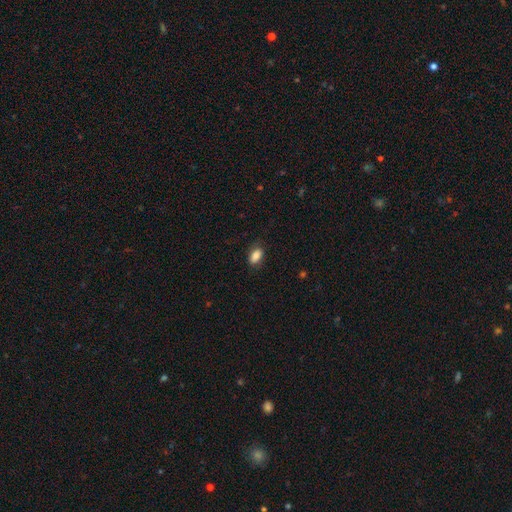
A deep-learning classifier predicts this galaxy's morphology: This appears to be a smooth galaxy with no disk features (84%) that is in between round and cigar-shaped (89%). Merging: none (79%).